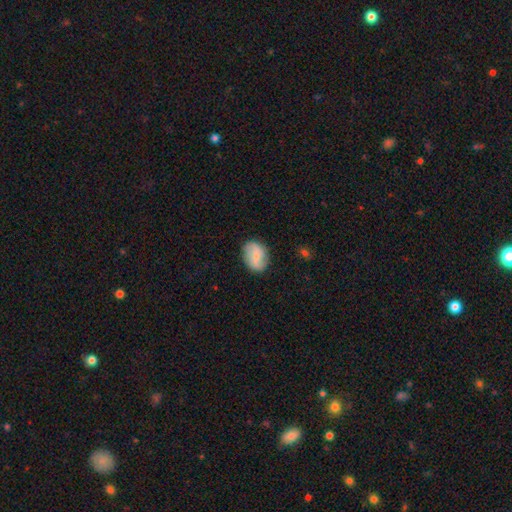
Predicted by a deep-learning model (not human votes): Overall: smooth (59%; featured or disk 34%). How rounded: in between (74%). Merging: none (80%).